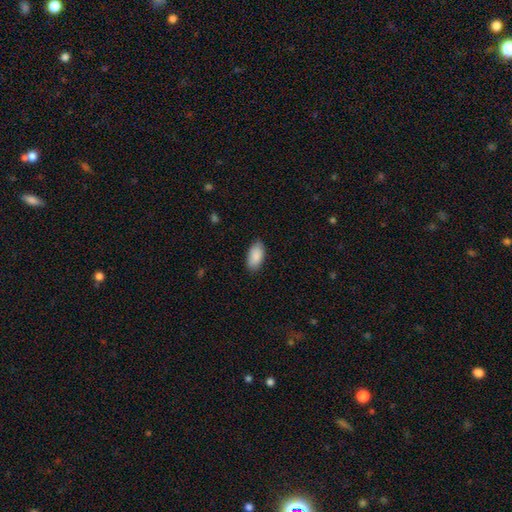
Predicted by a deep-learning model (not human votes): Q: Smooth or featured?
A: smooth (89%); runner-up: star or artifact (6%)
Q: How rounded?
A: in between (94%); runner-up: cigar-shaped (3%)
Q: Merging?
A: none (86%); runner-up: minor disturbance (11%)